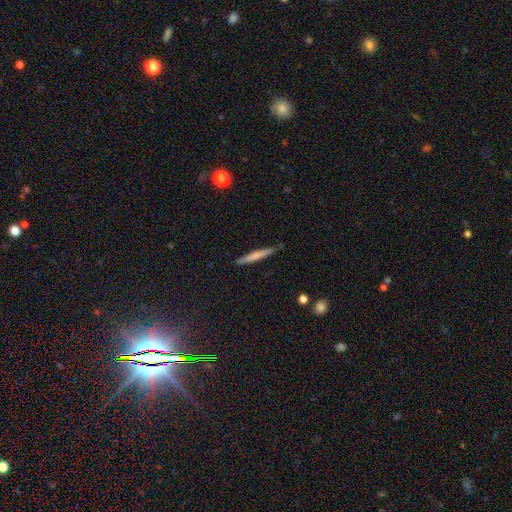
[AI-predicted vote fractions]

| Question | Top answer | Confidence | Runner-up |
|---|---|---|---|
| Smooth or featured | smooth | 63% | featured or disk (30%) |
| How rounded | cigar-shaped | 95% | in between (3%) |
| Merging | none | 86% | minor disturbance (11%) |